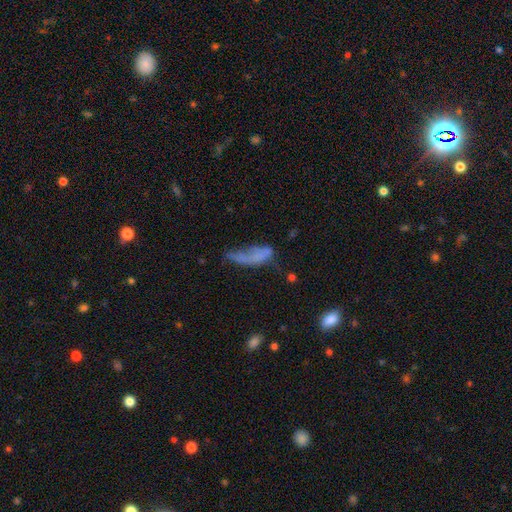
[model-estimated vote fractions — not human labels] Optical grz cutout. It shows a smooth galaxy with no disk features (54%) that is in between round and cigar-shaped (59%). Merging: major disturbance (39%).